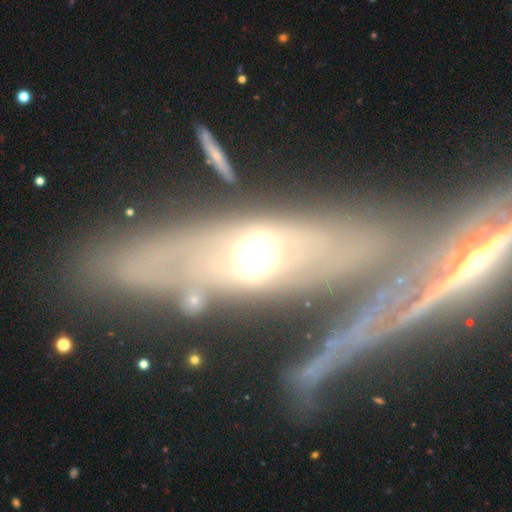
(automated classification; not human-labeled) This is likely a featured or disk galaxy (72%). It is possibly not viewed edge-on (58%). Merging: possibly none (50%).